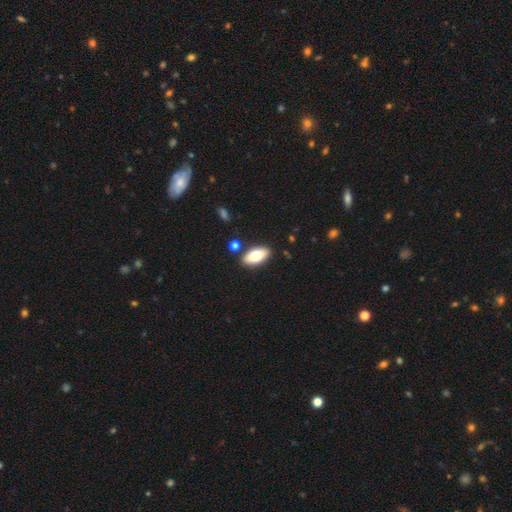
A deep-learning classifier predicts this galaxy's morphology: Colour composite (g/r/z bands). It shows a smooth galaxy with no disk features (74%) that is in between round and cigar-shaped (91%). Merging: none (85%).